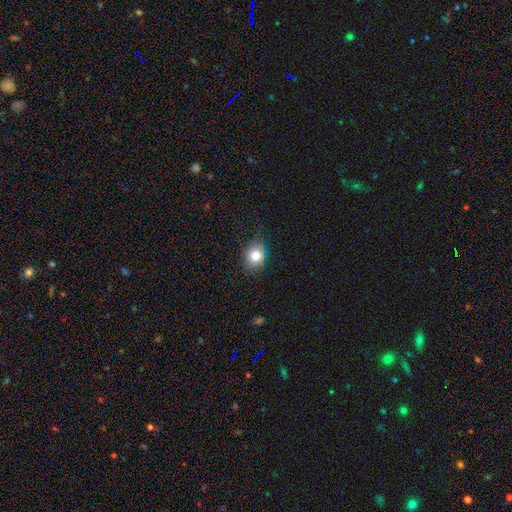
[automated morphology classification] Smooth or featured? smooth (75%)
How rounded? round (53%)
Merging? none (77%)